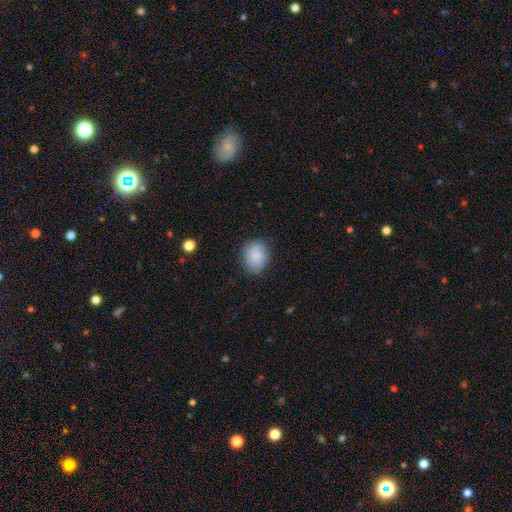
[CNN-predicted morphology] Smooth or featured? smooth (83%)
How rounded? round (69%)
Merging? none (79%)